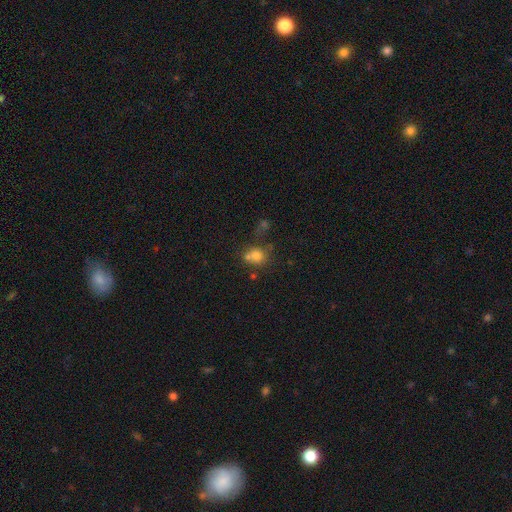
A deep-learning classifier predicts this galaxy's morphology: type=smooth (73%); roundness=round (77%); merging=none (43%).